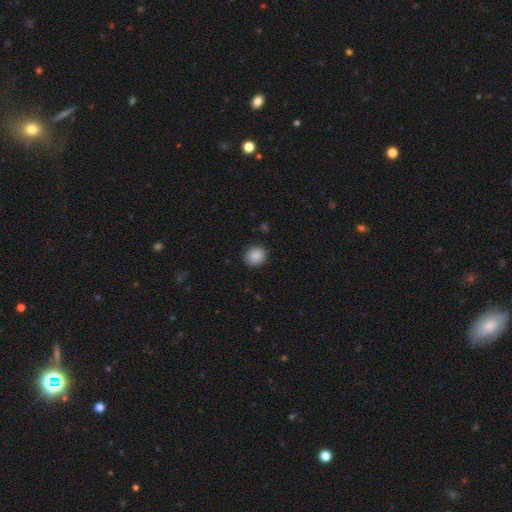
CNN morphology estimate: This is clearly a smooth galaxy (88%). How rounded: clearly round (80%). Merging: clearly none (86%).